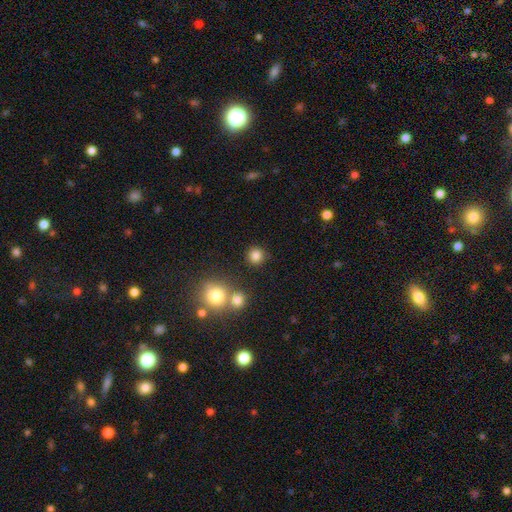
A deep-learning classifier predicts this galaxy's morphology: smooth-or-featured: smooth: 83% | star or artifact: 12% | featured or disk: 5%
  how-rounded: round: 92% | in between: 7% | cigar-shaped: 1%
  merging: none: 85% | minor disturbance: 7% | merger: 5% | major disturbance: 3%